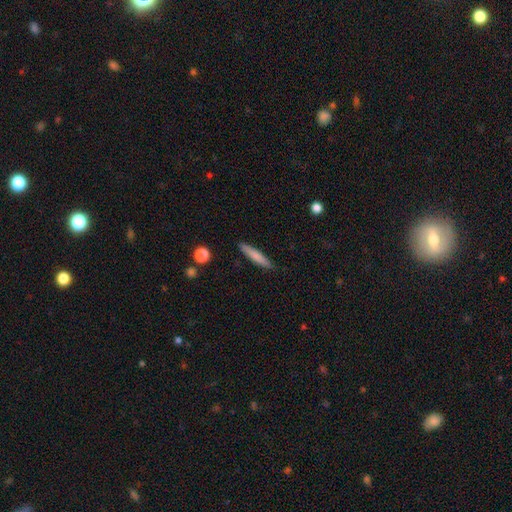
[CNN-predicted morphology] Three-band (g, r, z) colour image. It shows a smooth galaxy with no disk features (76%) that is cigar-shaped (90%). Merging: none (89%).